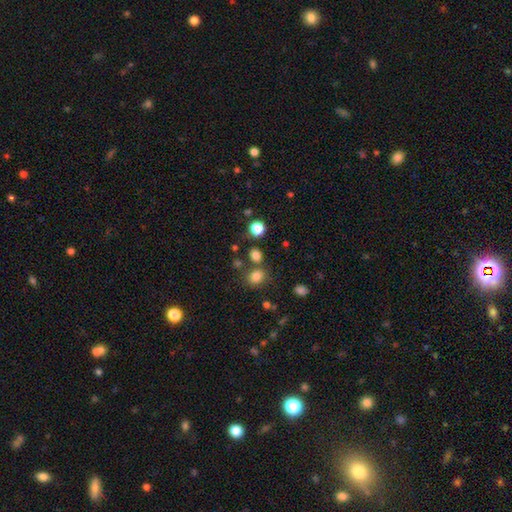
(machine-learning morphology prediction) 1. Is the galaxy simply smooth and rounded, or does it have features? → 78% smooth, 17% star or artifact, 6% featured or disk.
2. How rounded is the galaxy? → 67% round, 32% in between, 1% cigar-shaped.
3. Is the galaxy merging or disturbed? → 70% none, 16% merger, 10% minor disturbance, 4% major disturbance.